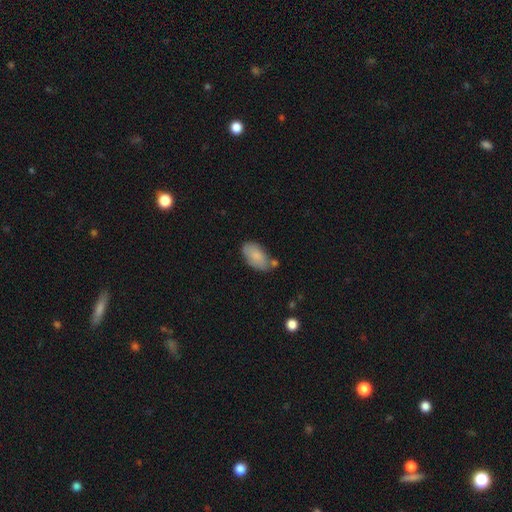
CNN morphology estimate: This appears to be a smooth galaxy with no disk features (81%) that is in between round and cigar-shaped (94%). Merging: none (60%).